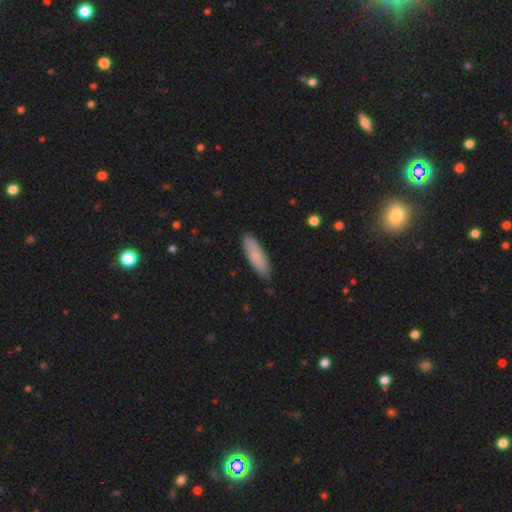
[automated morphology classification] The model was most divided on "how rounded": cigar-shaped: 56%, in between: 43%, round: 1%. More confident: merging — none (86%); smooth or featured — smooth (84%).